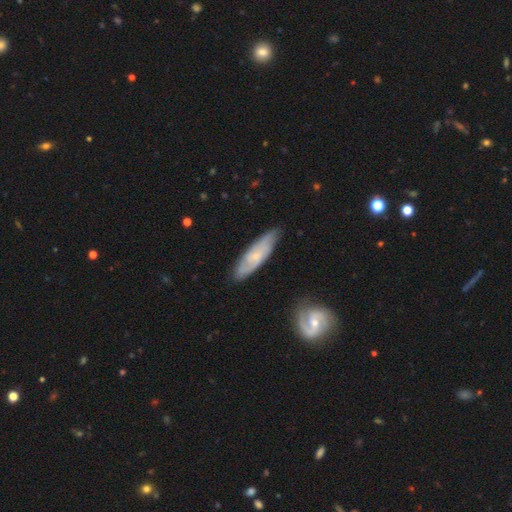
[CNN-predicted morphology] smooth-or-featured: featured or disk: 59% | smooth: 35% | star or artifact: 6%
  disk-edge-on: no: 77% | yes: 23%
  merging: none: 76% | minor disturbance: 18% | major disturbance: 3% | merger: 3%